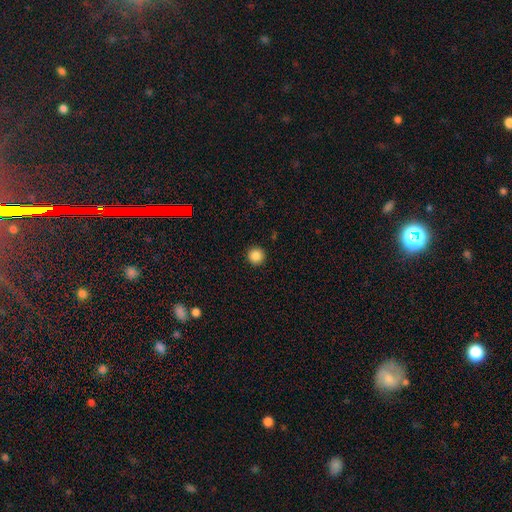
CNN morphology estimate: The model was most divided on "smooth or featured": smooth: 86%, star or artifact: 10%, featured or disk: 3%. More confident: how rounded — round (96%); merging — none (93%).